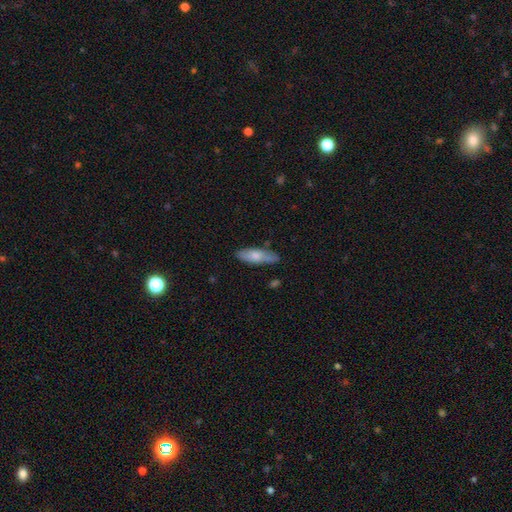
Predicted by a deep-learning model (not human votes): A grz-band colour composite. It shows a smooth galaxy with no disk features (71%) that is in between round and cigar-shaped (55%). Merging: none (77%).